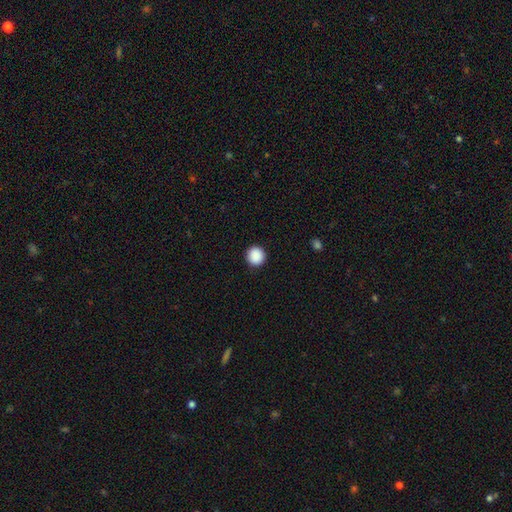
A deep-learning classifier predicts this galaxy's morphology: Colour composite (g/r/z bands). It shows a smooth galaxy with no disk features (89%) that is round (95%). Merging: none (93%).